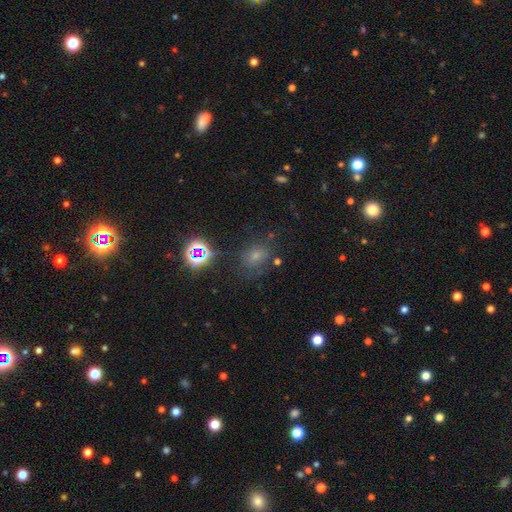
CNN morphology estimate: This appears to be a smooth galaxy with no disk features (48%). Merging: none (68%).